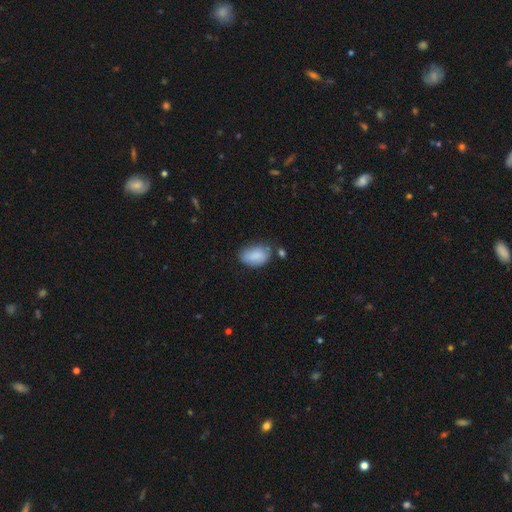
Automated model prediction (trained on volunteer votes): A smooth galaxy with no disk features (85%) that is in between round and cigar-shaped (91%). Merging: none (57%).